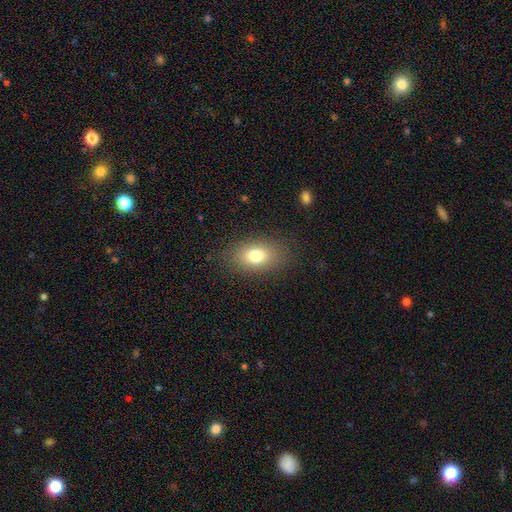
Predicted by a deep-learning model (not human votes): The model was most divided on "smooth or featured": smooth: 77%, featured or disk: 12%, star or artifact: 10%. More confident: merging — none (84%); how rounded — in between (84%).